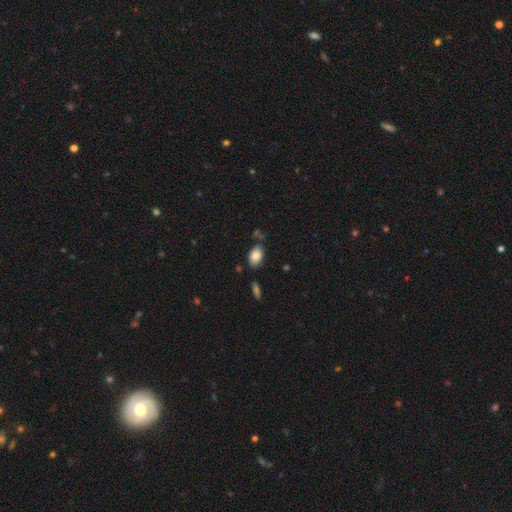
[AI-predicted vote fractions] smooth 84%, featured or disk 9%, star or artifact 7%. Down the decision tree: how rounded — in between (91%); merging — none (76%).